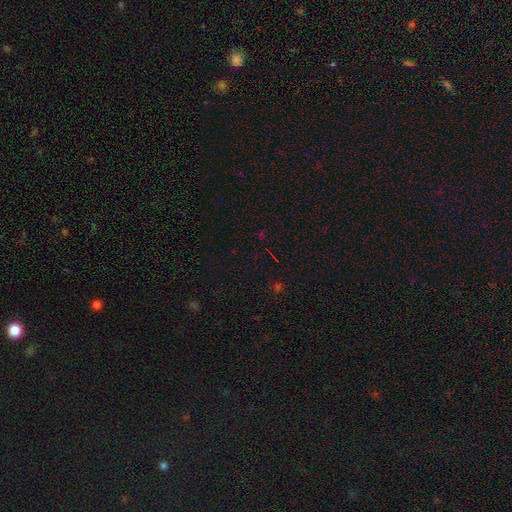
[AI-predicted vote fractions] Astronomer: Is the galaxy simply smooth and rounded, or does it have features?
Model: star or artifact — 70%.